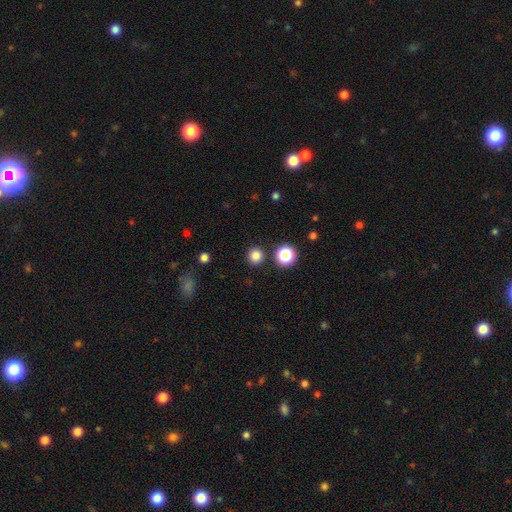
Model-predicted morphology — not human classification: Smooth or featured?
  - smooth: 82% *
  - star or artifact: 14%
  - featured or disk: 4%
How rounded?
  - round: 93% *
  - in between: 6%
  - cigar-shaped: 1%
Merging?
  - none: 89% *
  - minor disturbance: 5%
  - merger: 3%
  - major disturbance: 2%